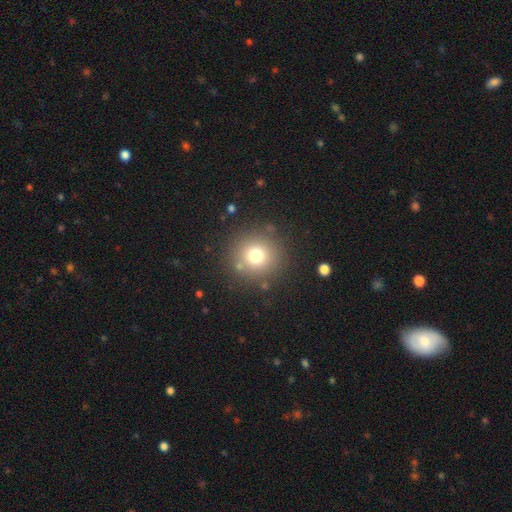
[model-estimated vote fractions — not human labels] A smooth galaxy with no disk features (73%) that is round (94%). Merging: none (85%).